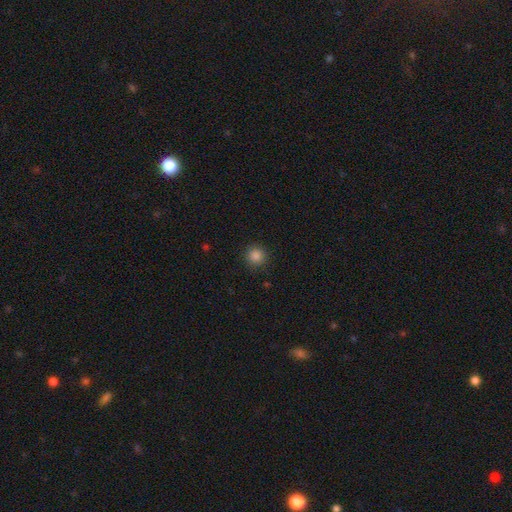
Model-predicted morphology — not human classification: This appears to be a smooth galaxy with no disk features (86%) that is round (94%). Merging: none (90%).